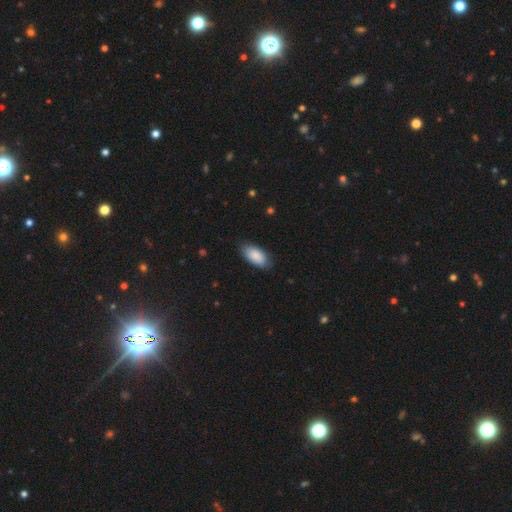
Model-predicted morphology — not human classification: smooth_or_featured: smooth (p=0.88) [alt: featured or disk p=0.06]
how_rounded: in between (p=0.92) [alt: cigar-shaped p=0.06]
merging: none (p=0.80) [alt: minor disturbance p=0.16]